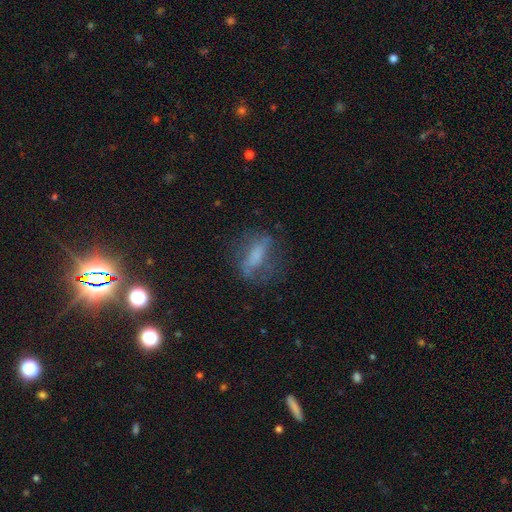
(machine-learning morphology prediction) The model was most divided on "smooth or featured": smooth: 46%, featured or disk: 40%, star or artifact: 14%. More confident: merging — none (54%).